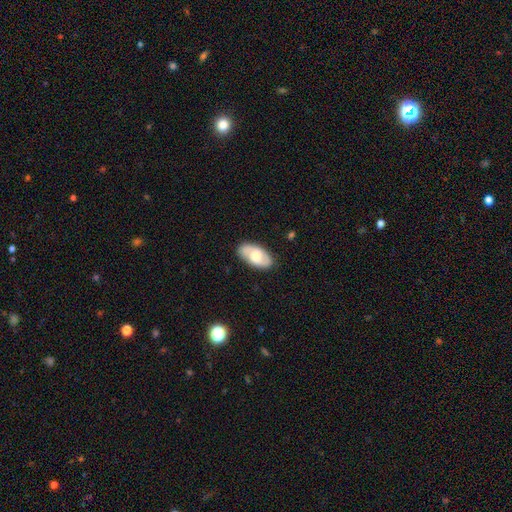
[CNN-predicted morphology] A featured or disk galaxy (52%).

Vote fractions:
- Smooth or featured? featured or disk: 52% / smooth: 42% / star or artifact: 6%
- Edge-on disk? no: 92% / yes: 8%
- Merging? none: 83% / minor disturbance: 13% / major disturbance: 3% / merger: 1%